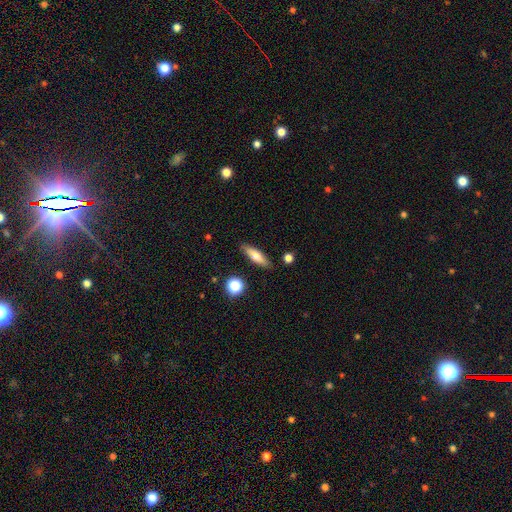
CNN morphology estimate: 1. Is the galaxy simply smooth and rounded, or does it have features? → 64% smooth, 28% featured or disk, 8% star or artifact.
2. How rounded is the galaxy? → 60% cigar-shaped, 36% in between, 3% round.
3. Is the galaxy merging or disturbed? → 86% none, 10% minor disturbance, 2% merger, 2% major disturbance.